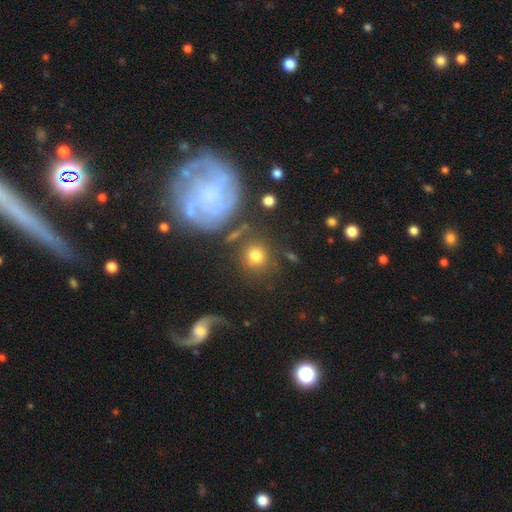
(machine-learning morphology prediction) Smooth or featured: smooth — 72% (featured or disk — 14%)
How rounded: round — 87% (in between — 11%)
Merging: none — 74% (minor disturbance — 13%)